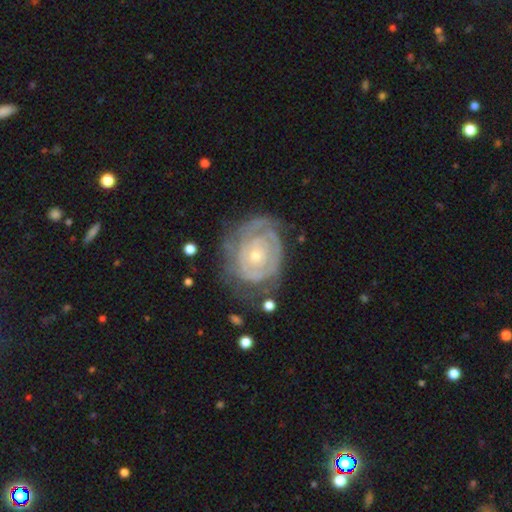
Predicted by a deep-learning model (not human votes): smooth_or_featured: featured or disk (p=0.81) [alt: smooth p=0.14]
disk_edge_on: no (p=0.97) [alt: yes p=0.03]
bar: no (p=0.83) [alt: weak p=0.13]
has_spiral_arms: yes (p=0.81) [alt: no p=0.19]
spiral_winding: tight (p=0.79) [alt: medium p=0.15]
spiral_arm_count: can't tell (p=0.49) [alt: 2 p=0.20]
bulge_size: small (p=0.69) [alt: moderate p=0.27]
merging: none (p=0.61) [alt: minor disturbance p=0.23]